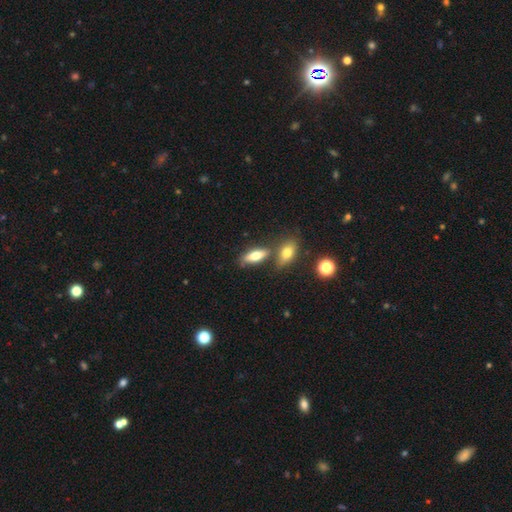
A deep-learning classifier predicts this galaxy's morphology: Smooth or featured: smooth — 73% (featured or disk — 20%)
How rounded: in between — 72% (cigar-shaped — 25%)
Merging: none — 62% (merger — 21%)